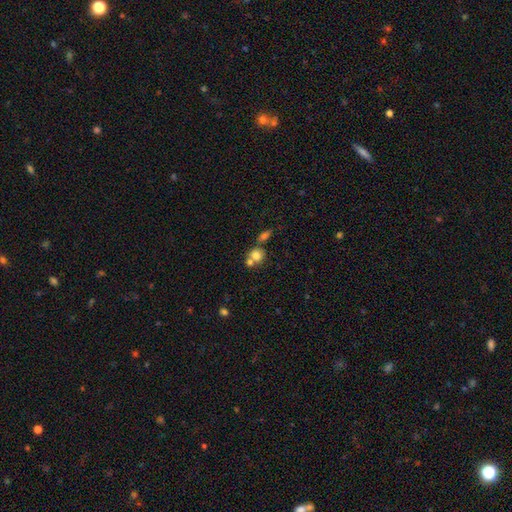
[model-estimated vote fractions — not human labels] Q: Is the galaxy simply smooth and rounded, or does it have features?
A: smooth — 75%.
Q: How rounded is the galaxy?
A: round — 73%.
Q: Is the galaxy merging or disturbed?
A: merger — 46%.